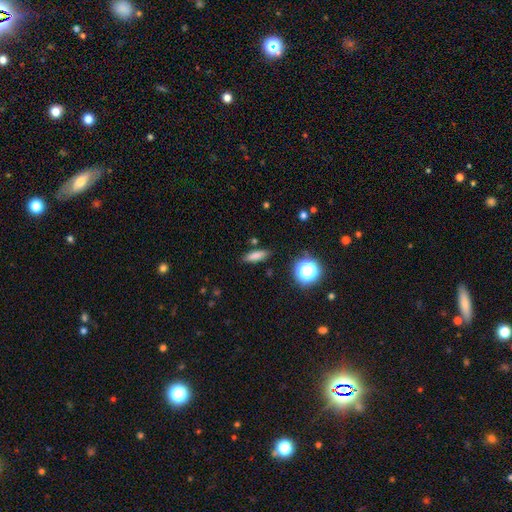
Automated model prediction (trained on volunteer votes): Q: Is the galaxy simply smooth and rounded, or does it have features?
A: smooth — 79%.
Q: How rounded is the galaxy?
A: cigar-shaped — 53%.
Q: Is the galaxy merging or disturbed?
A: none — 87%.